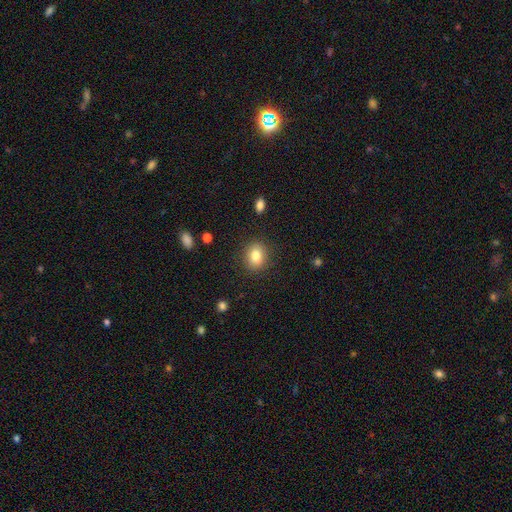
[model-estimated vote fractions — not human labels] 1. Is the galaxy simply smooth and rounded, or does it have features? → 82% smooth, 10% star or artifact, 8% featured or disk.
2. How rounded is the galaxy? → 60% round, 39% in between, 1% cigar-shaped.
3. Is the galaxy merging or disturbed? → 87% none, 9% minor disturbance, 3% major disturbance, 1% merger.